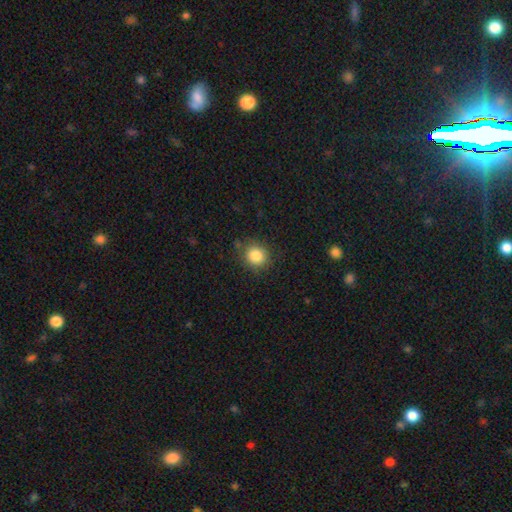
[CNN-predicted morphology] Smooth or featured: smooth — 84% (star or artifact — 10%)
How rounded: round — 87% (in between — 12%)
Merging: none — 85% (minor disturbance — 10%)